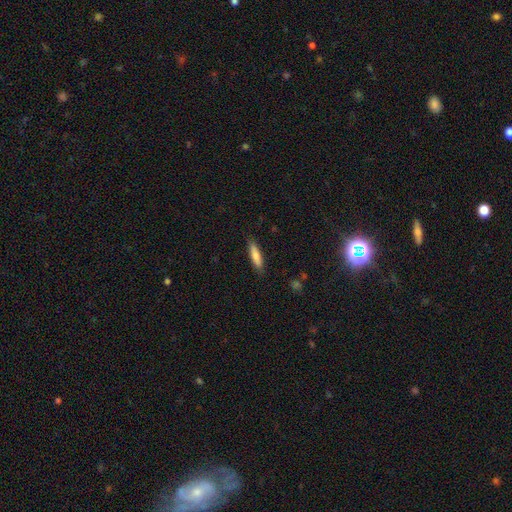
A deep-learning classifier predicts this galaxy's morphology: Overall: smooth (78%). How rounded: cigar-shaped (75%). Merging: none (87%).